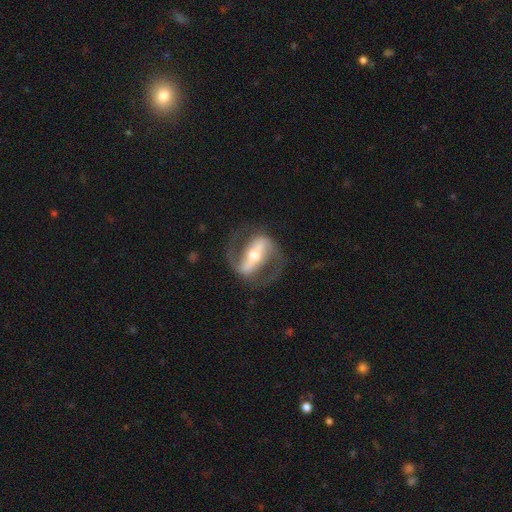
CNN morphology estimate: The model was most divided on "bulge size": moderate: 60%, small: 28%, large: 10%, dominant: 2%, none: 2%. More confident: edge-on disk — no (95%); spiral arms — yes (94%); spiral arm count — 2 (93%); smooth or featured — featured or disk (89%); merging — none (77%); bar — strong (73%); spiral winding — medium (58%).